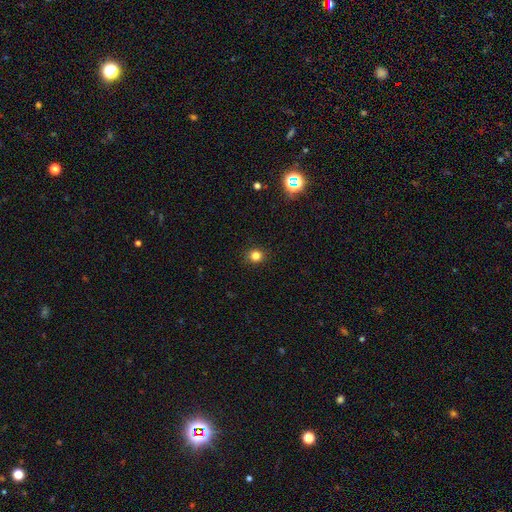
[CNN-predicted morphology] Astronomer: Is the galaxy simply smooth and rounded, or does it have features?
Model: smooth — 82%.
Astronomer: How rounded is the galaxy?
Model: round — 87%.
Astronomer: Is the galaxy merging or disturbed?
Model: none — 92%.